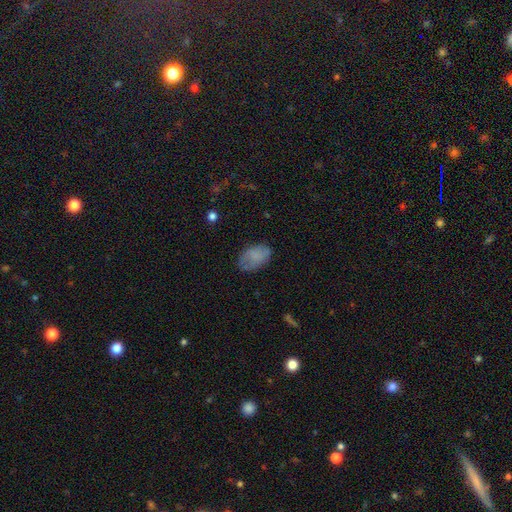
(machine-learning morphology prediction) A smooth galaxy with no disk features (74%) that is in between round and cigar-shaped (90%).

Vote fractions:
- Smooth or featured? smooth: 74% / featured or disk: 17% / star or artifact: 9%
- How rounded? in between: 90% / round: 8% / cigar-shaped: 1%
- Merging? none: 68% / minor disturbance: 23% / major disturbance: 8% / merger: 2%